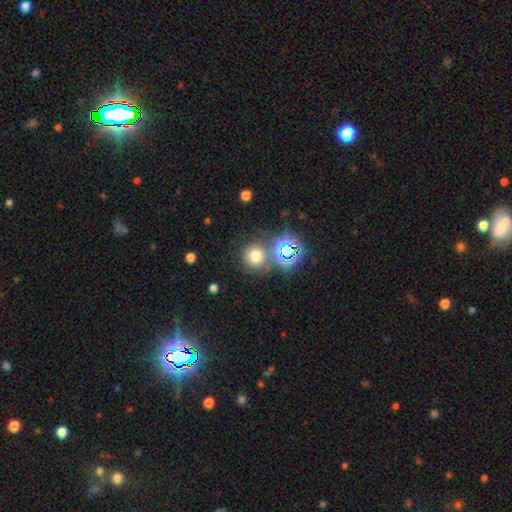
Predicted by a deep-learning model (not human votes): Overall: smooth (66%). How rounded: round (91%). Merging: none (72%).